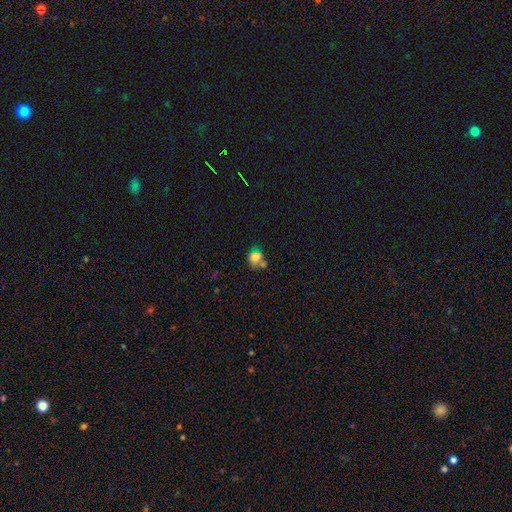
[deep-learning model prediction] This is likely a smooth galaxy (70%). How rounded: likely round (61%). Merging: marginally none (44%).